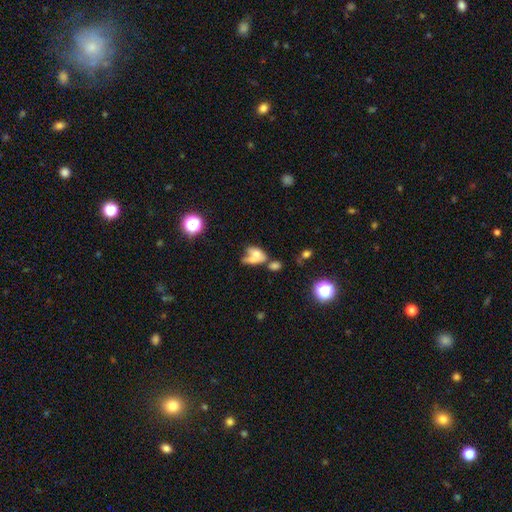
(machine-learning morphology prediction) Smooth or featured: smooth — 55% (featured or disk — 31%)
How rounded: in between — 78% (round — 16%)
Merging: merger — 49% (none — 20%)